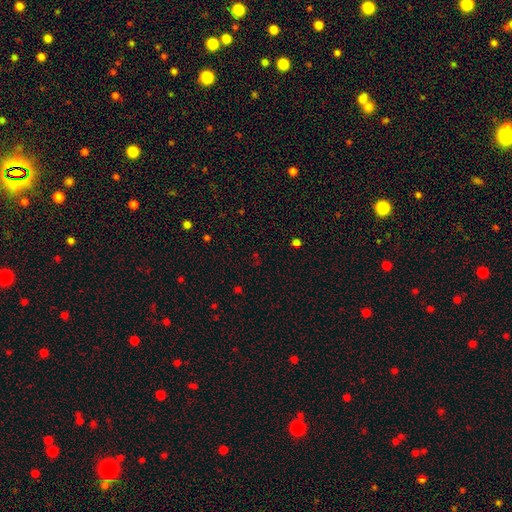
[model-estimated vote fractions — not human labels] Q: Smooth or featured?
A: star or artifact (60%); runner-up: smooth (33%)